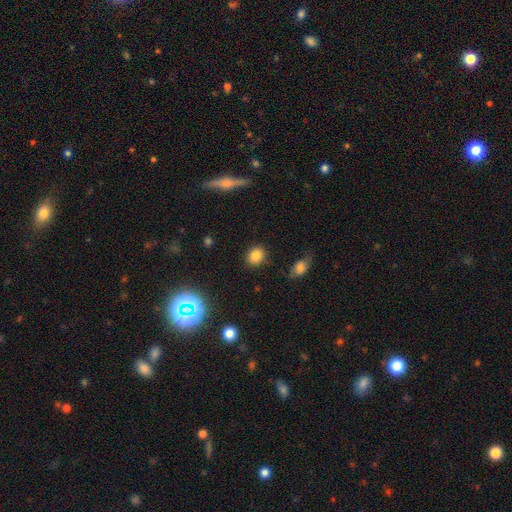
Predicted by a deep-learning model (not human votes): A smooth galaxy with no disk features (83%) that is round (61%).

Vote fractions:
- Smooth or featured? smooth: 83% / star or artifact: 11% / featured or disk: 5%
- How rounded? round: 61% / in between: 38% / cigar-shaped: 1%
- Merging? none: 86% / minor disturbance: 9% / major disturbance: 3% / merger: 2%